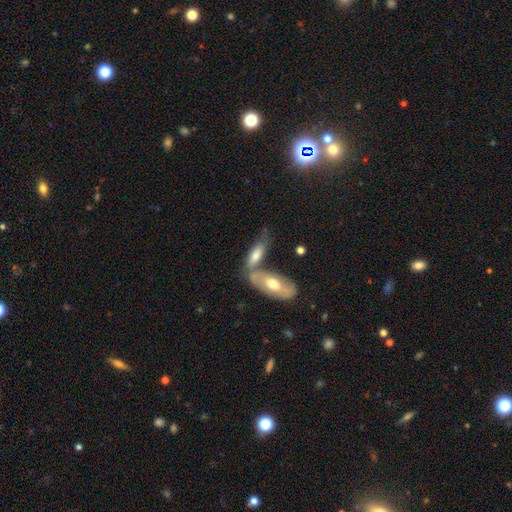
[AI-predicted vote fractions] A smooth galaxy with no disk features (64%) that is in between round and cigar-shaped (69%).

Vote fractions:
- Smooth or featured? smooth: 64% / featured or disk: 31% / star or artifact: 6%
- How rounded? in between: 69% / cigar-shaped: 28% / round: 3%
- Merging? merger: 50% / none: 34% / minor disturbance: 12% / major disturbance: 5%